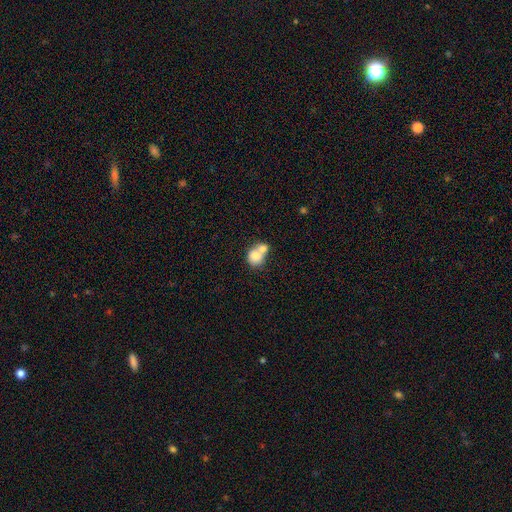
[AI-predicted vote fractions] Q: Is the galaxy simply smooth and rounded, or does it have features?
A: smooth — 74%.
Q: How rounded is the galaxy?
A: round — 68%.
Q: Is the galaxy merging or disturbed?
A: merger — 66%.